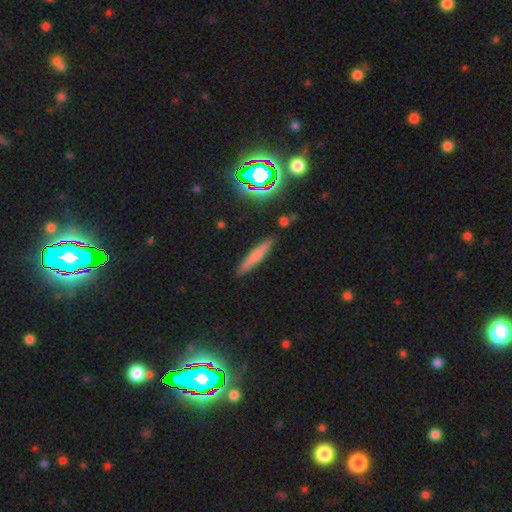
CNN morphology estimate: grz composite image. It shows a smooth galaxy with no disk features (67%) that is cigar-shaped (91%). Merging: none (89%).